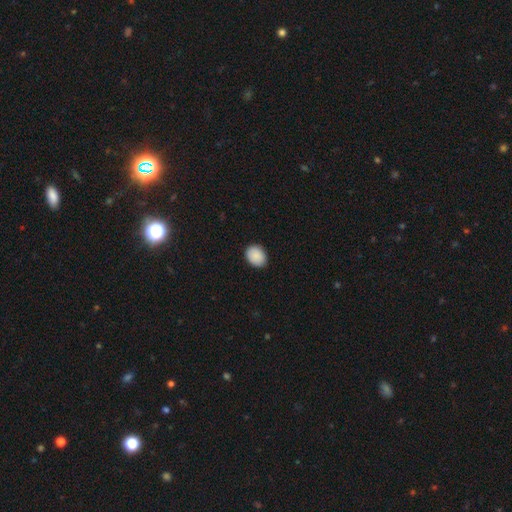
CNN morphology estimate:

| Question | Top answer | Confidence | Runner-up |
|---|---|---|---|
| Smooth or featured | smooth | 90% | star or artifact (7%) |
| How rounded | in between | 58% | round (41%) |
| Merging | none | 89% | minor disturbance (9%) |